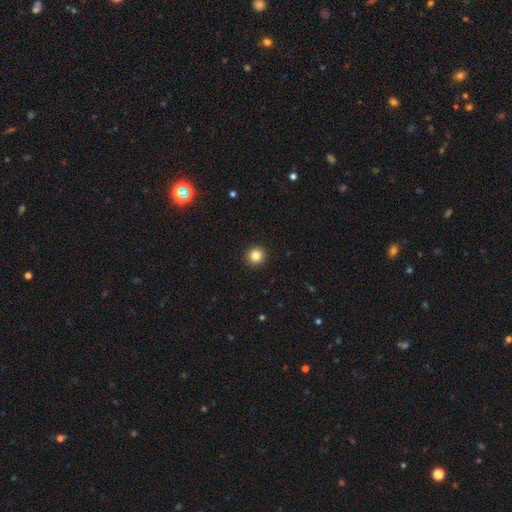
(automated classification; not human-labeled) This appears to be a smooth galaxy with no disk features (83%) that is round (94%). Merging: none (93%).